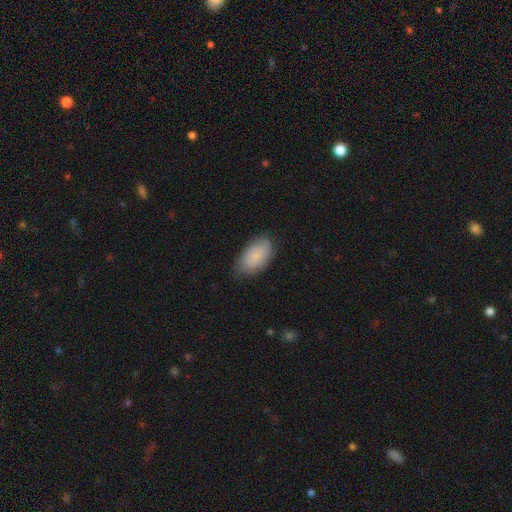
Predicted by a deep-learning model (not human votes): A smooth galaxy with no disk features (71%) that is in between round and cigar-shaped (94%).

Vote fractions:
- Smooth or featured? smooth: 71% / featured or disk: 22% / star or artifact: 7%
- How rounded? in between: 94% / round: 4% / cigar-shaped: 2%
- Merging? none: 73% / minor disturbance: 21% / major disturbance: 4% / merger: 1%